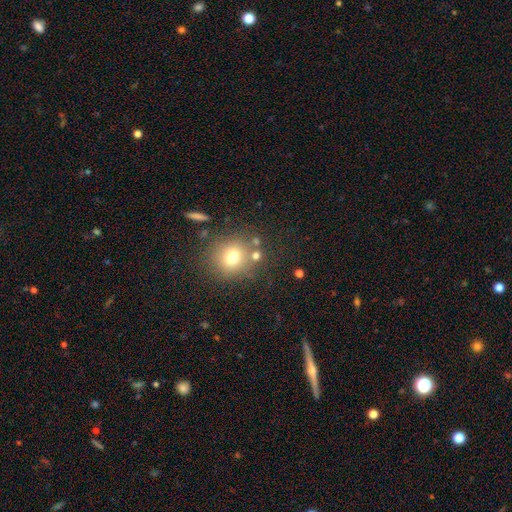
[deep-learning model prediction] smooth 71%, star or artifact 17%, featured or disk 12%. Down the decision tree: how rounded — round (86%); merging — none (71%).